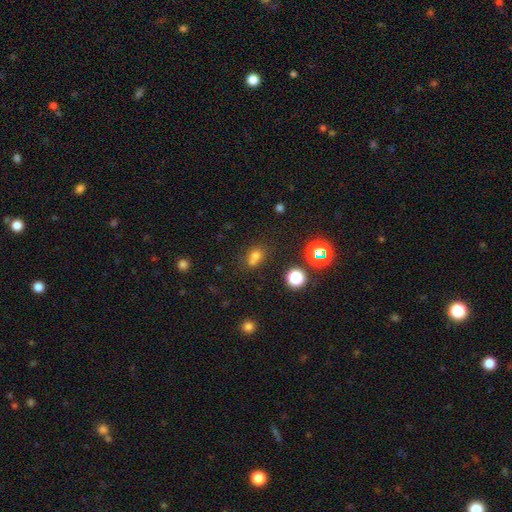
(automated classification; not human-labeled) This is likely a smooth galaxy (66%). How rounded: likely round (61%). Merging: marginally none (44%).